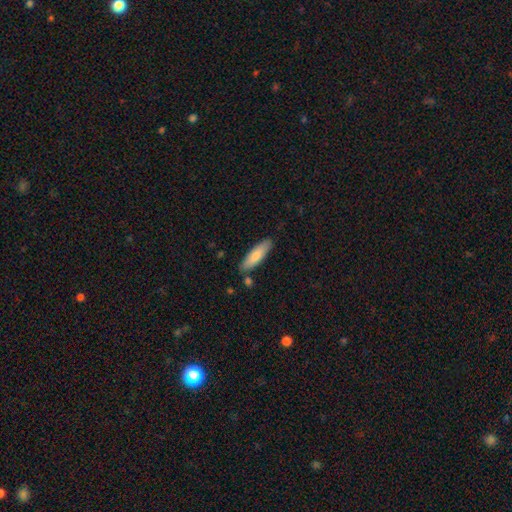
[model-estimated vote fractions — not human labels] The model was most divided on "how rounded": cigar-shaped: 59%, in between: 40%, round: 2%. More confident: merging — none (82%); smooth or featured — smooth (77%).